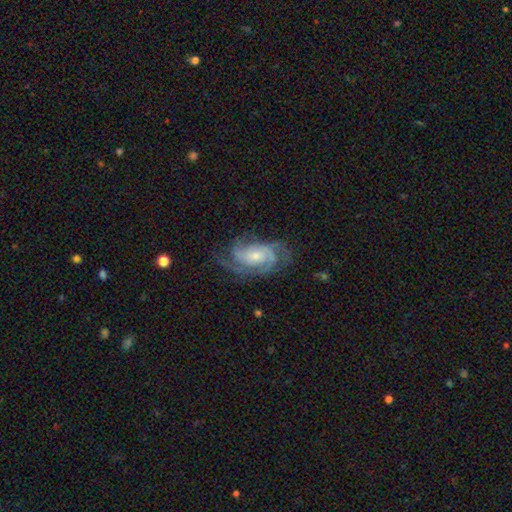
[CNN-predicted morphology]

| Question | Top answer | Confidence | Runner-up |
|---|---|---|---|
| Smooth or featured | featured or disk | 86% | smooth (8%) |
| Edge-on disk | no | 97% | yes (3%) |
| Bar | no | 67% | weak (28%) |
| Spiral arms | yes | 97% | no (3%) |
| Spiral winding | tight | 46% | medium (43%) |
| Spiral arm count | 3 | 35% | 4 (20%) |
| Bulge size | small | 51% | moderate (40%) |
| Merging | none | 68% | minor disturbance (19%) |